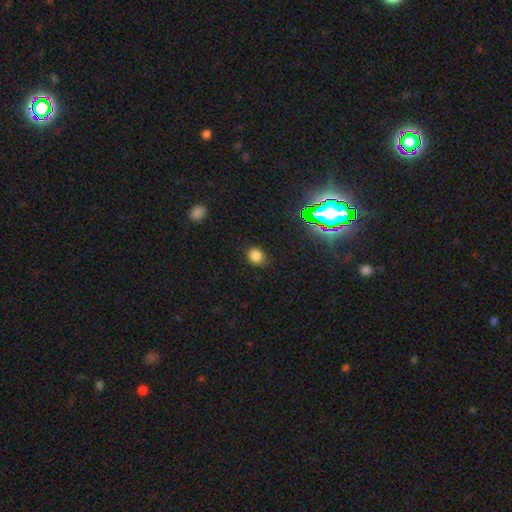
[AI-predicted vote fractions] Smooth or featured: smooth — 80% (star or artifact — 16%)
How rounded: round — 69% (in between — 30%)
Merging: none — 84% (minor disturbance — 12%)